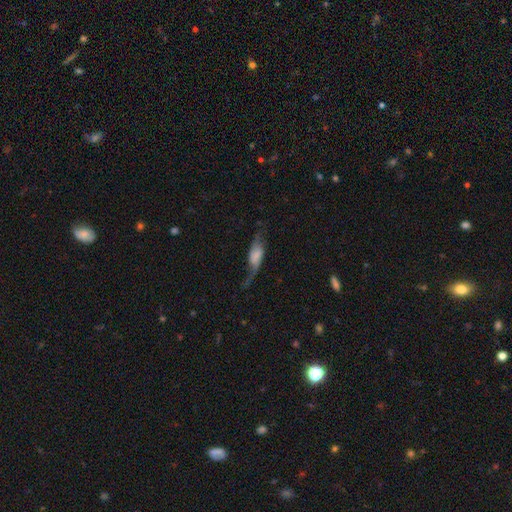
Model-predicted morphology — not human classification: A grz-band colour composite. It shows a featured or disk galaxy (65%) with no bar (46%), spiral arms (88%) and no central bulge (47%). Merging: none (50%).